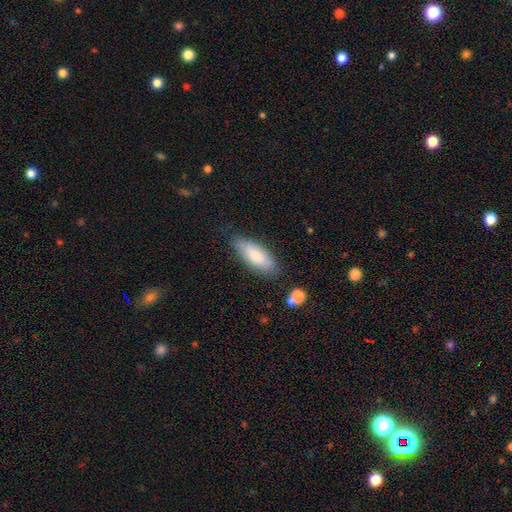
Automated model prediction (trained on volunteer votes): smooth-or-featured: smooth: 75% | featured or disk: 19% | star or artifact: 6%
  how-rounded: in between: 68% | cigar-shaped: 30% | round: 2%
  merging: none: 78% | minor disturbance: 16% | major disturbance: 3% | merger: 3%